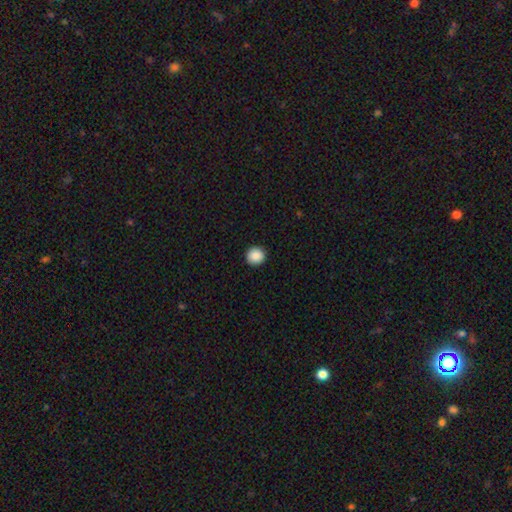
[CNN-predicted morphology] Smooth or featured? Predicted: smooth (p=0.89). How rounded? Predicted: round (p=0.94). Merging? Predicted: none (p=0.93).